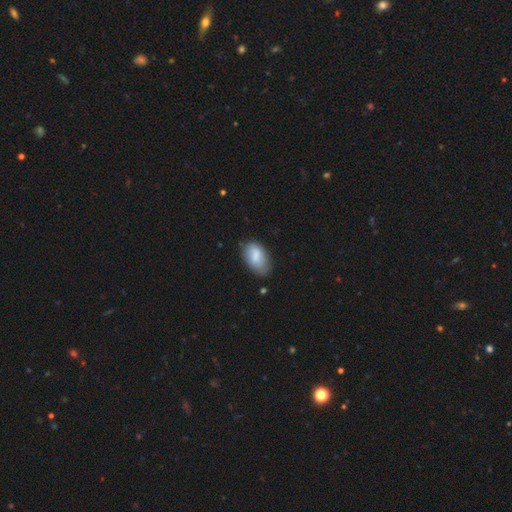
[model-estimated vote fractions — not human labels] This appears to be a smooth galaxy with no disk features (79%) that is in between round and cigar-shaped (94%). Merging: none (60%).